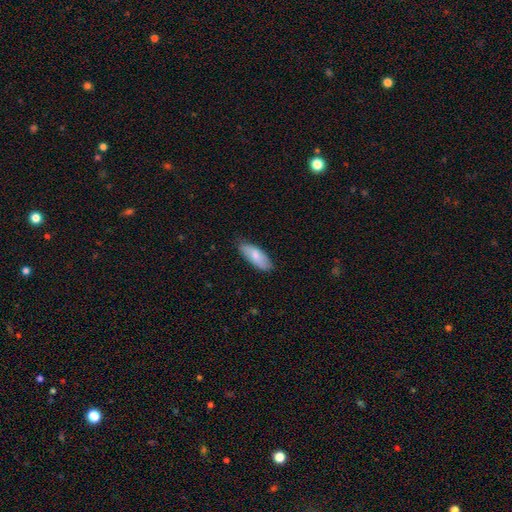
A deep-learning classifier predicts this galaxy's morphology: The model was most divided on "how rounded": in between: 76%, cigar-shaped: 22%, round: 2%. More confident: smooth or featured — smooth (79%); merging — none (78%).